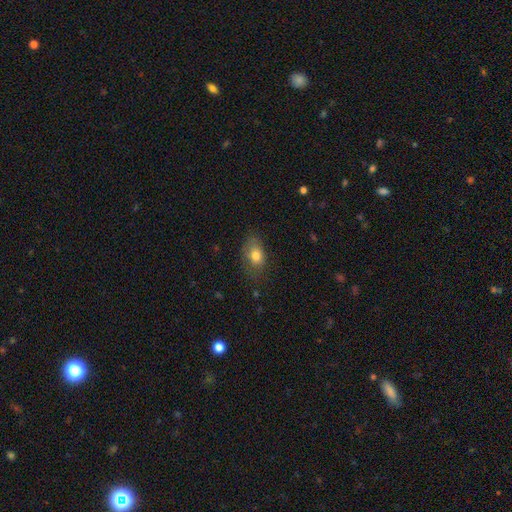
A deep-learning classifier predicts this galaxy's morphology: Smooth or featured? Predicted: smooth (p=0.77). How rounded? Predicted: in between (p=0.80). Merging? Predicted: none (p=0.64).